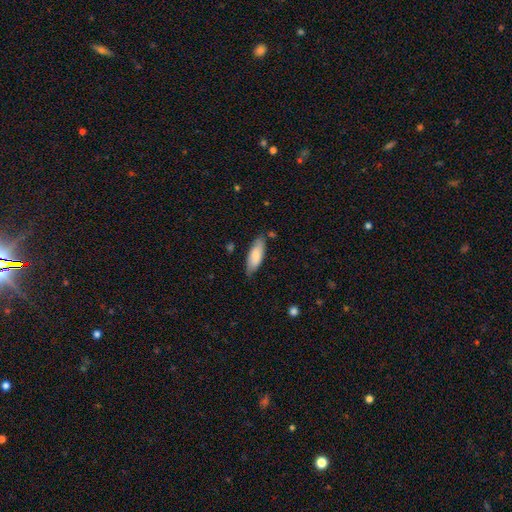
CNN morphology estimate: The model was most divided on "how rounded": in between: 66%, cigar-shaped: 32%, round: 1%. More confident: smooth or featured — smooth (80%); merging — none (75%).